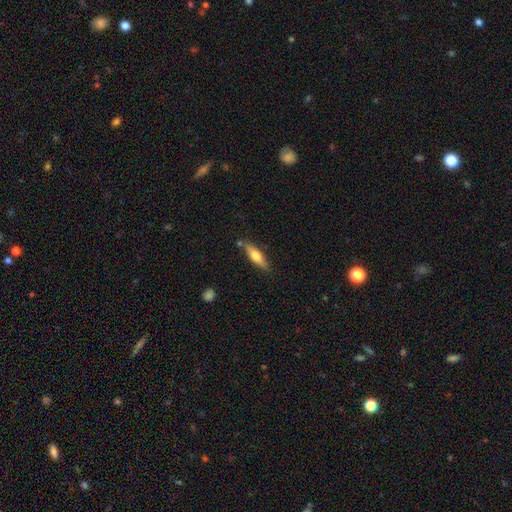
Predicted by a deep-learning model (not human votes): smooth 53%, featured or disk 41%, star or artifact 6%. Down the decision tree: how rounded — cigar-shaped (68%); merging — none (80%).